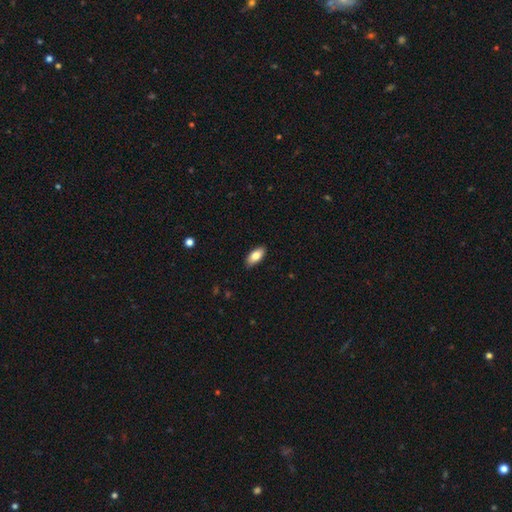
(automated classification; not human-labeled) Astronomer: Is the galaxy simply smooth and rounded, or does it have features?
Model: smooth — 82%.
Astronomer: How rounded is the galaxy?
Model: in between — 89%.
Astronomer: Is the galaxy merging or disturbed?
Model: none — 88%.